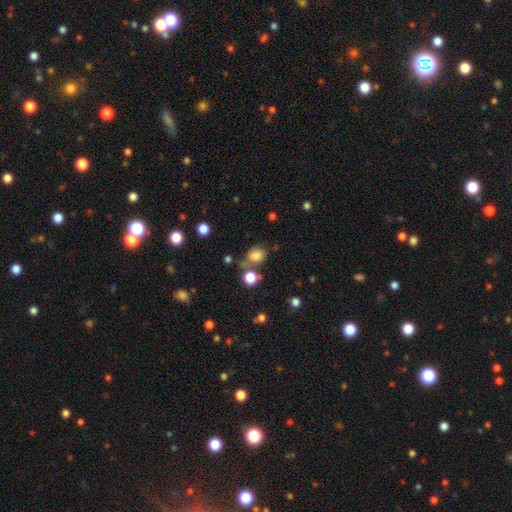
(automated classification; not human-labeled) Smooth or featured? Predicted: smooth (p=0.79). How rounded? Predicted: round (p=0.56). Merging? Predicted: none (p=0.55).